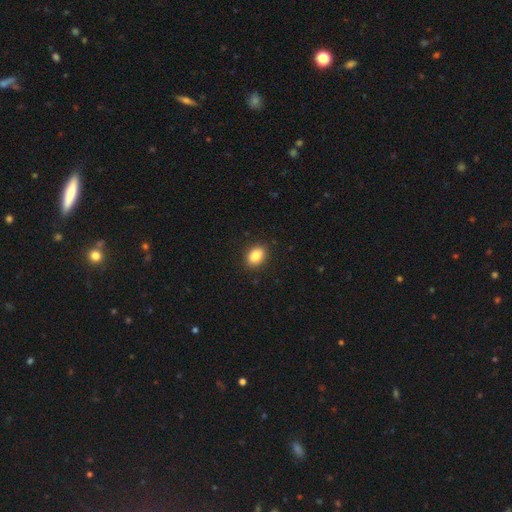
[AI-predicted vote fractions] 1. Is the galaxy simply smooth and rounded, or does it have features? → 86% smooth, 9% star or artifact, 5% featured or disk.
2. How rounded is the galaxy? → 75% in between, 24% round, 1% cigar-shaped.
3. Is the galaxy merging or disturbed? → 89% none, 8% minor disturbance, 2% major disturbance, 1% merger.